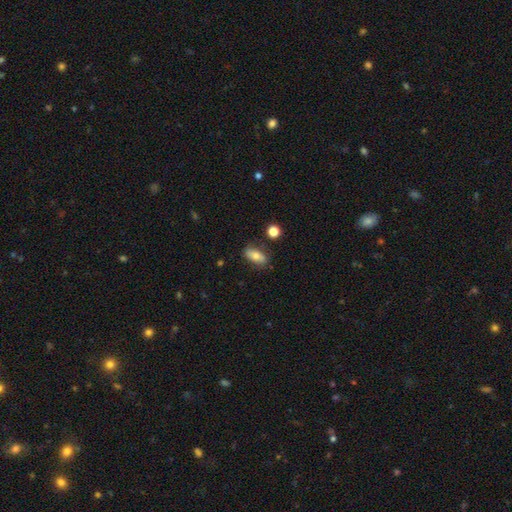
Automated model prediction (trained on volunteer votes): A smooth galaxy with no disk features (72%) that is in between round and cigar-shaped (83%). Merging: none (79%).